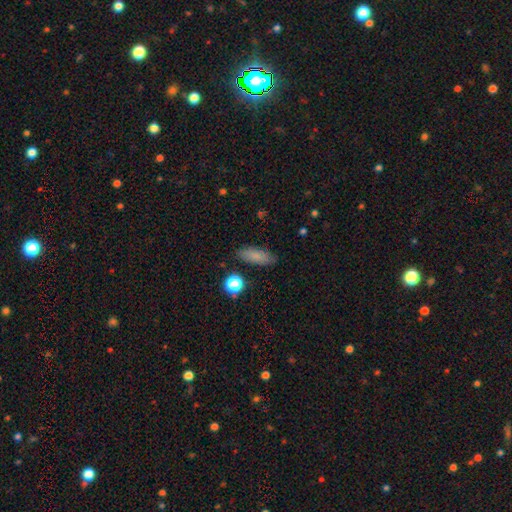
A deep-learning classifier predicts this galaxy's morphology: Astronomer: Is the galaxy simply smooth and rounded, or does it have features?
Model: smooth — 80%.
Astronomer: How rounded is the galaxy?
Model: in between — 66%.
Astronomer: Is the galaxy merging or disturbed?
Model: none — 82%.